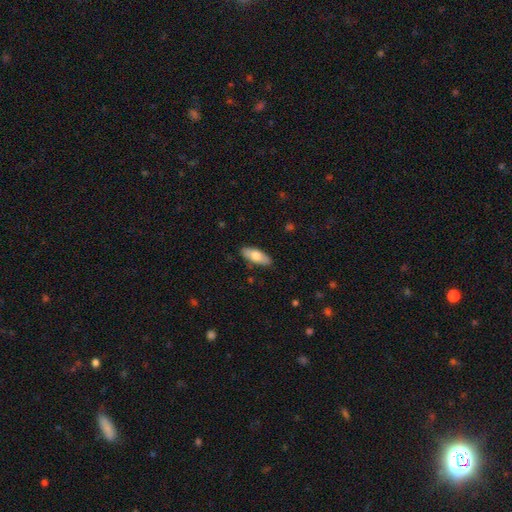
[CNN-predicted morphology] smooth 71%, featured or disk 23%, star or artifact 6%. Down the decision tree: how rounded — in between (74%); merging — none (86%).